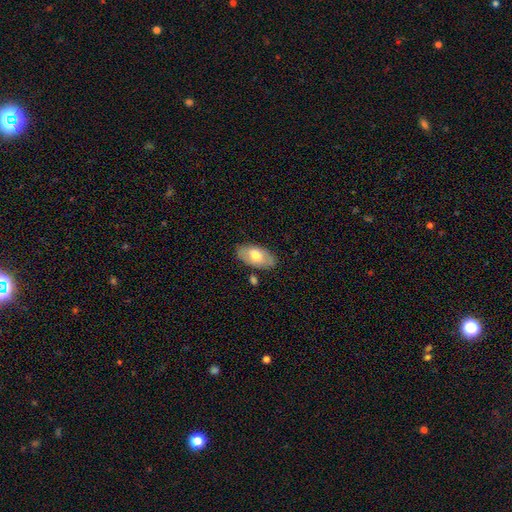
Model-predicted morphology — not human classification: smooth_or_featured: smooth (p=0.65) [alt: featured or disk p=0.29]
how_rounded: in between (p=0.94) [alt: round p=0.04]
merging: none (p=0.80) [alt: minor disturbance p=0.13]